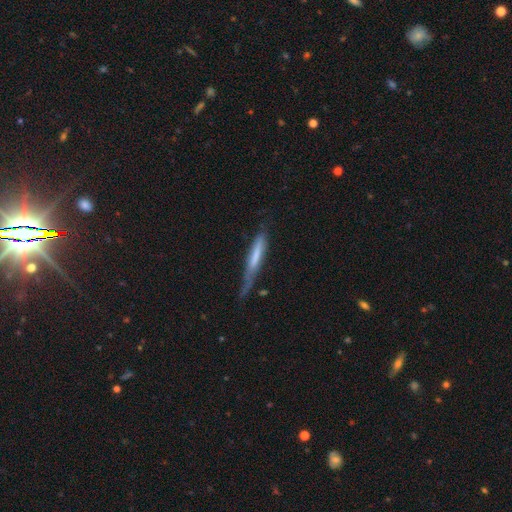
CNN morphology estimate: smooth_or_featured: smooth (p=0.53) [alt: featured or disk p=0.41]
how_rounded: cigar-shaped (p=0.92) [alt: in between p=0.07]
merging: none (p=0.45) [alt: minor disturbance p=0.33]